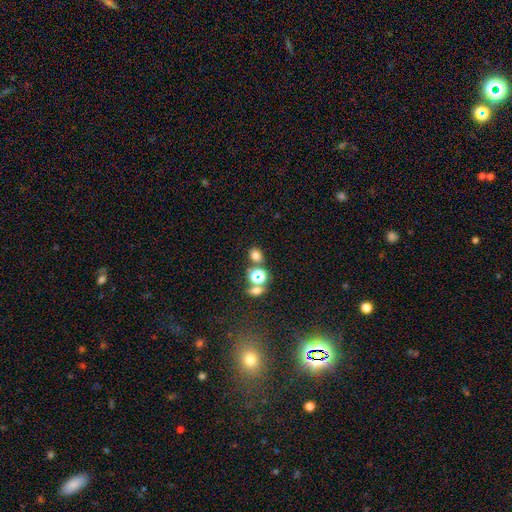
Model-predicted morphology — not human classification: Smooth or featured?
  - smooth: 71% *
  - star or artifact: 22%
  - featured or disk: 7%
How rounded?
  - round: 59% *
  - in between: 39%
  - cigar-shaped: 1%
Merging?
  - none: 72% *
  - merger: 16%
  - minor disturbance: 9%
  - major disturbance: 4%